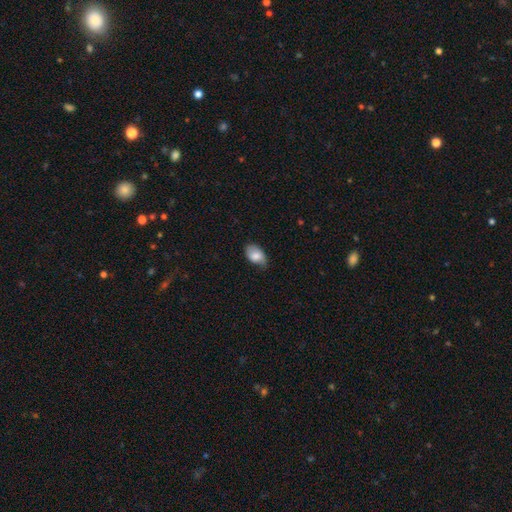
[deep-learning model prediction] Smooth or featured: smooth — 80% (featured or disk — 13%)
How rounded: in between — 91% (round — 7%)
Merging: none — 60% (minor disturbance — 32%)